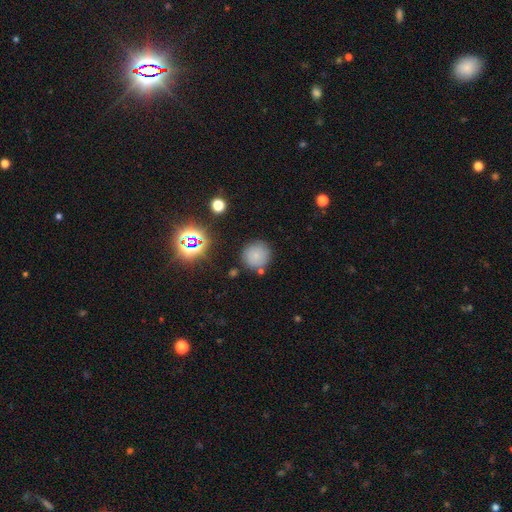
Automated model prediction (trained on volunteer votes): This is likely a smooth galaxy (75%). How rounded: clearly round (93%). Merging: clearly none (81%).